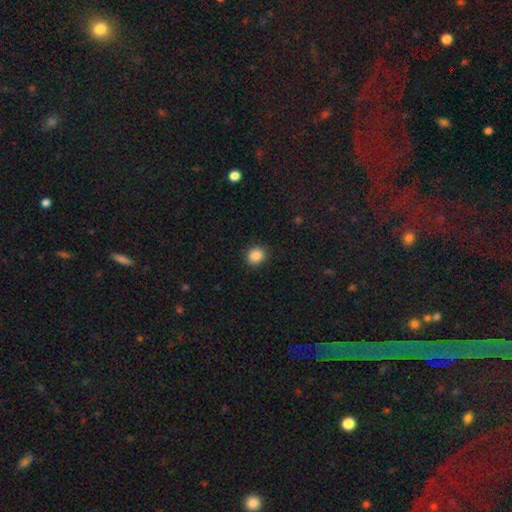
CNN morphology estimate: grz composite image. It shows a smooth galaxy with no disk features (88%) that is round (77%). Merging: none (89%).